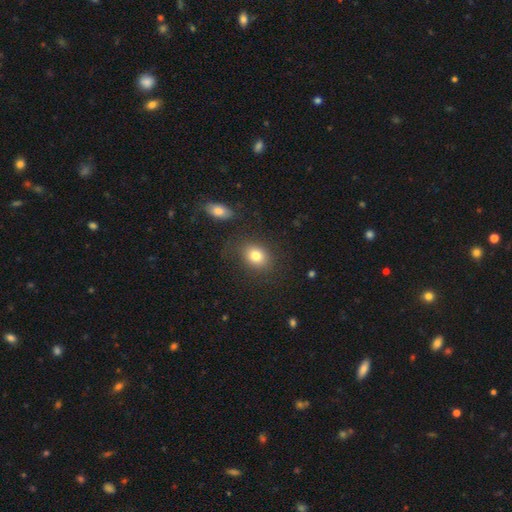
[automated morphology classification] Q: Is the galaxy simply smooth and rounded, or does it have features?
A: smooth — 80%.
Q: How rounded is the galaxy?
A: in between — 51%.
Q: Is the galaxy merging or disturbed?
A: none — 78%.